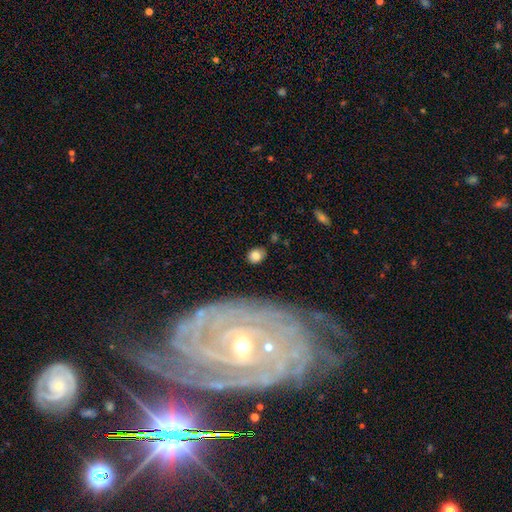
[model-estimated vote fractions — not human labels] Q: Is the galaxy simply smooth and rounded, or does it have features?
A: smooth — 80%.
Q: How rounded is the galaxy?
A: round — 52%.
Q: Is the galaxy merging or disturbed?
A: none — 81%.